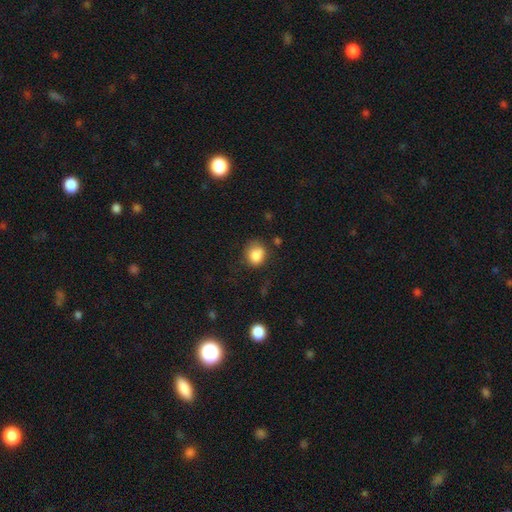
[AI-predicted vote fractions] A smooth galaxy with no disk features (84%) that is round (65%).

Vote fractions:
- Smooth or featured? smooth: 84% / star or artifact: 10% / featured or disk: 7%
- How rounded? round: 65% / in between: 34% / cigar-shaped: 1%
- Merging? none: 62% / minor disturbance: 25% / major disturbance: 9% / merger: 5%